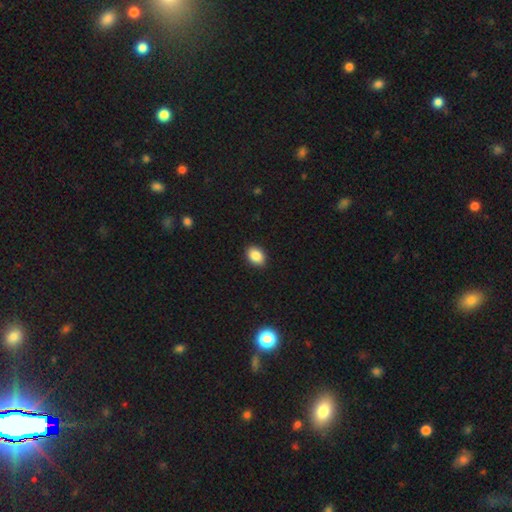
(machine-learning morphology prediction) This appears to be a smooth galaxy with no disk features (87%) that is in between round and cigar-shaped (69%). Merging: none (91%).